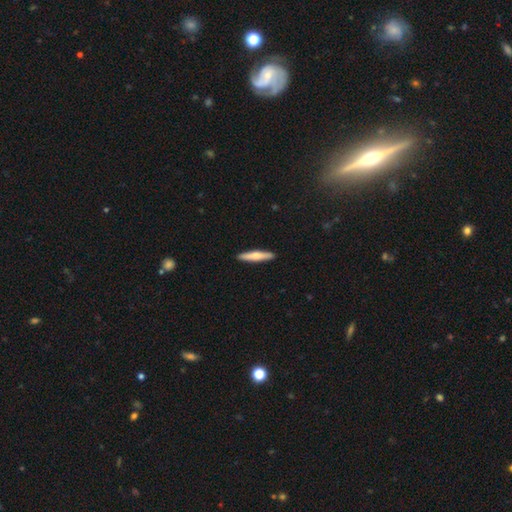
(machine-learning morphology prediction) Q: Smooth or featured?
A: smooth (62%); runner-up: featured or disk (33%)
Q: How rounded?
A: cigar-shaped (90%); runner-up: in between (8%)
Q: Merging?
A: none (92%); runner-up: minor disturbance (6%)